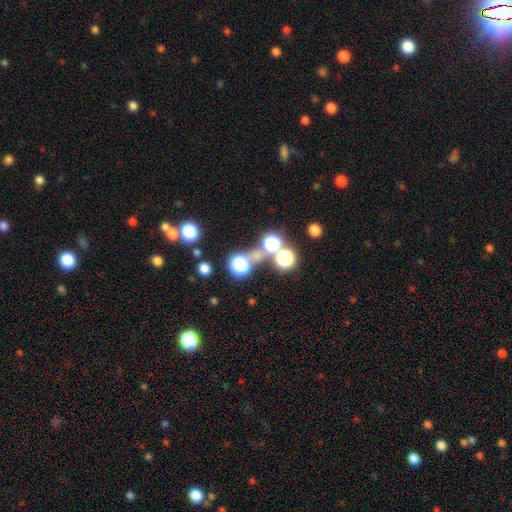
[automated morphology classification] Smooth or featured?
  - smooth: 46% *
  - star or artifact: 43%
  - featured or disk: 11%
Merging?
  - none: 57% *
  - merger: 28%
  - minor disturbance: 8%
  - major disturbance: 6%